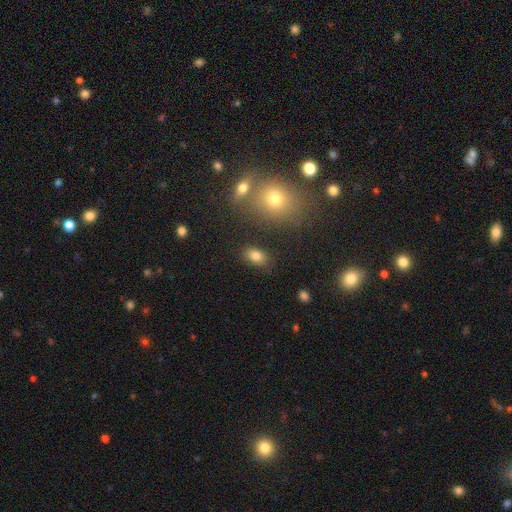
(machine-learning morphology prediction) Smooth or featured: smooth — 82% (star or artifact — 11%)
How rounded: in between — 87% (round — 11%)
Merging: none — 81% (minor disturbance — 11%)